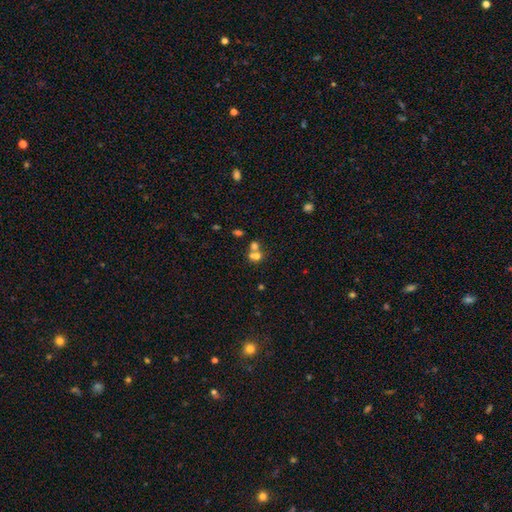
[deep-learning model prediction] A smooth galaxy with no disk features (64%) that is round (62%).

Vote fractions:
- Smooth or featured? smooth: 64% / featured or disk: 19% / star or artifact: 17%
- How rounded? round: 62% / in between: 36% / cigar-shaped: 1%
- Merging? merger: 58% / none: 31% / minor disturbance: 7% / major disturbance: 4%